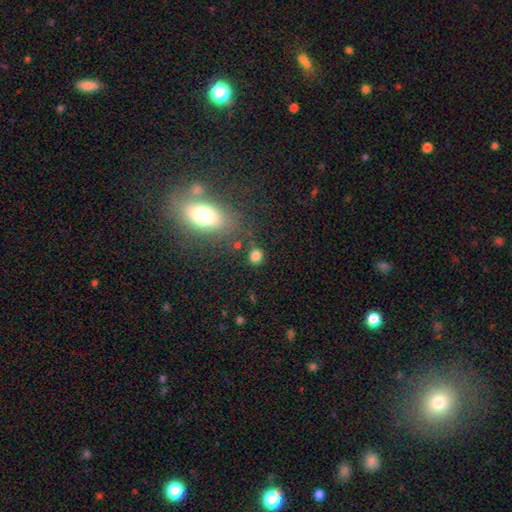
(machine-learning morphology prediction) A smooth galaxy with no disk features (81%) that is round (71%). Merging: none (79%).